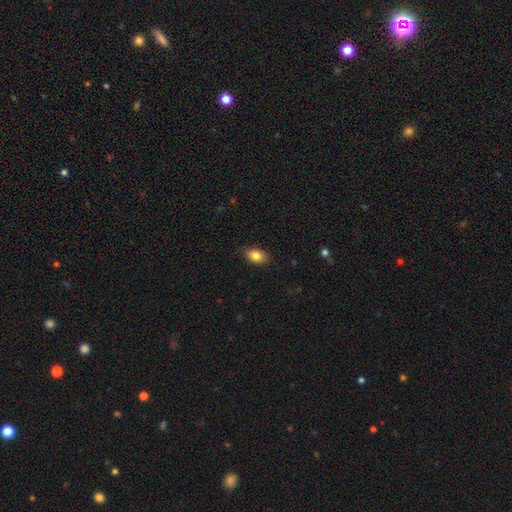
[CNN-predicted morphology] A smooth galaxy with no disk features (85%) that is in between round and cigar-shaped (88%). Merging: none (86%).